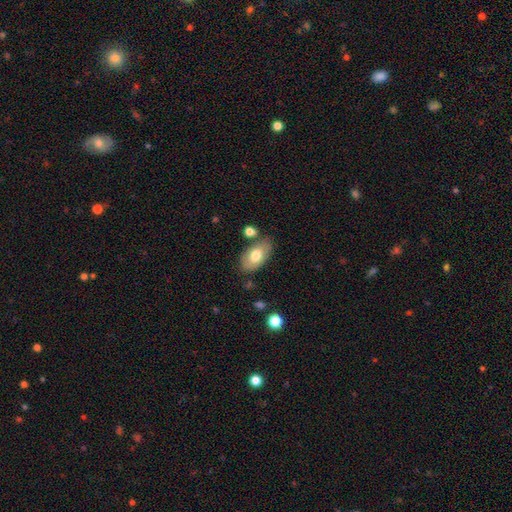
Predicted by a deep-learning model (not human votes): Morphology: type=smooth (70%); roundness=in between (93%); merging=none (74%).